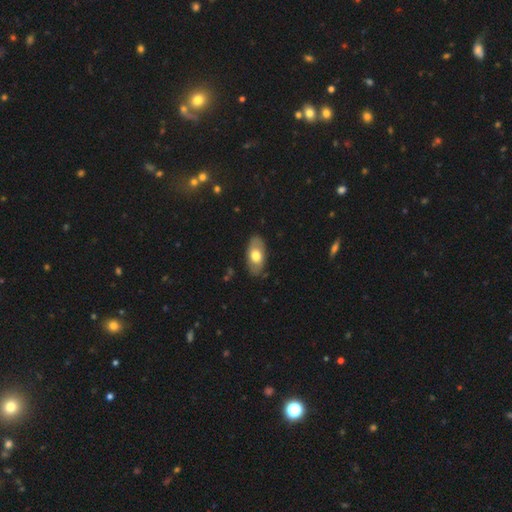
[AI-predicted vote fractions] smooth 62%, featured or disk 33%, star or artifact 6%. Down the decision tree: how rounded — in between (92%); merging — none (82%).